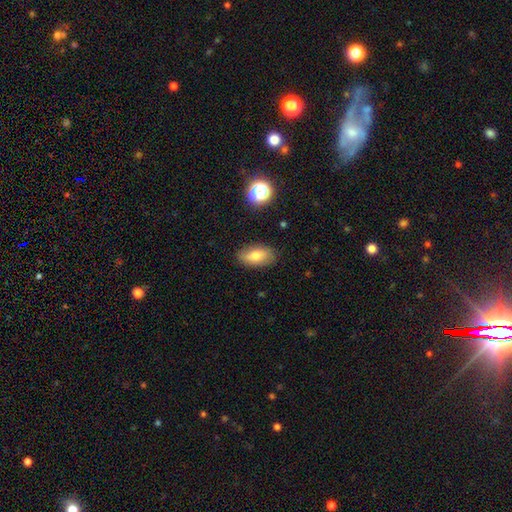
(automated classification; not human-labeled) Smooth or featured: smooth — 74% (featured or disk — 17%)
How rounded: in between — 90% (round — 5%)
Merging: none — 84% (minor disturbance — 12%)